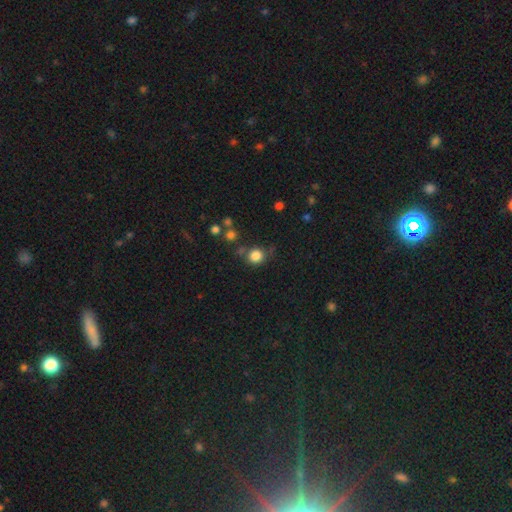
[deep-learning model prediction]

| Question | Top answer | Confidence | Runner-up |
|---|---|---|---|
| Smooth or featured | smooth | 82% | star or artifact (12%) |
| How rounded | round | 89% | in between (10%) |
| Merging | none | 72% | minor disturbance (14%) |